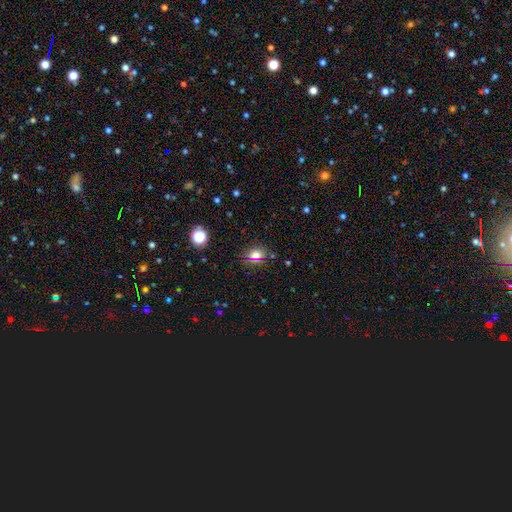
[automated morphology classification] A smooth galaxy with no disk features (71%) that is round (54%). Merging: none (83%).